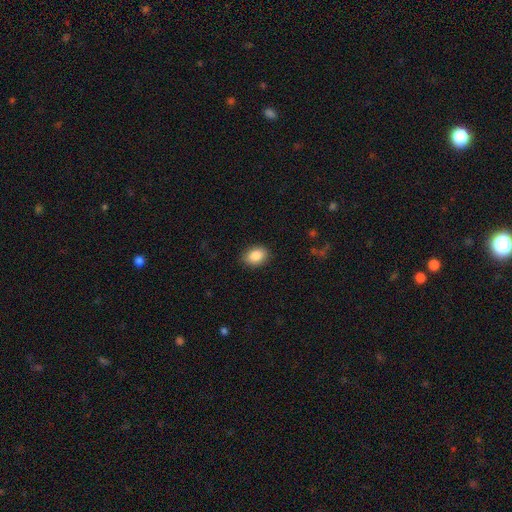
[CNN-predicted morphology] smooth_or_featured: smooth (p=0.87) [alt: star or artifact p=0.08]
how_rounded: in between (p=0.75) [alt: round p=0.24]
merging: none (p=0.88) [alt: minor disturbance p=0.09]